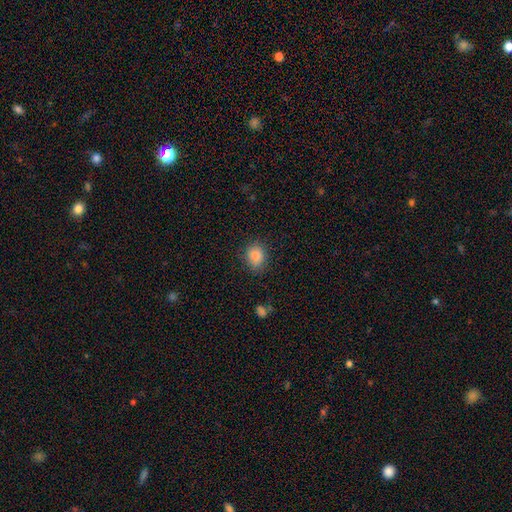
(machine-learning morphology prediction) Smooth or featured?
  - smooth: 87% *
  - star or artifact: 9%
  - featured or disk: 4%
How rounded?
  - in between: 51% *
  - round: 48%
  - cigar-shaped: 1%
Merging?
  - none: 79% *
  - minor disturbance: 15%
  - major disturbance: 4%
  - merger: 1%